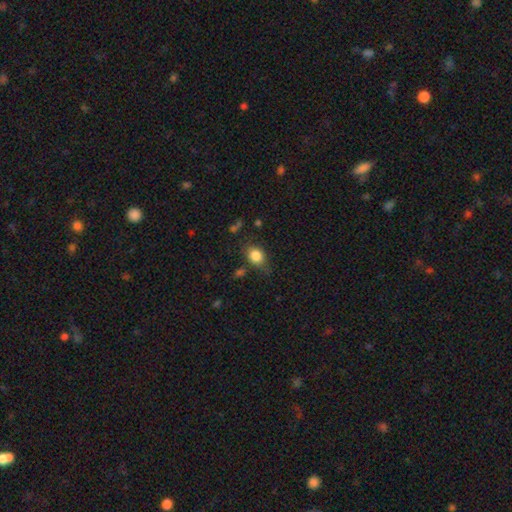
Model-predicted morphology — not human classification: type=smooth (83%); roundness=in between (59%); merging=none (66%).